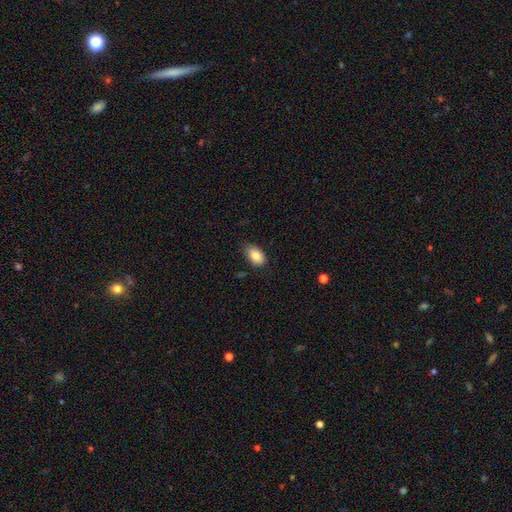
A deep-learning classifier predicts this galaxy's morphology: smooth_or_featured: smooth (p=0.85) [alt: star or artifact p=0.08]
how_rounded: in between (p=0.91) [alt: round p=0.08]
merging: none (p=0.74) [alt: minor disturbance p=0.22]